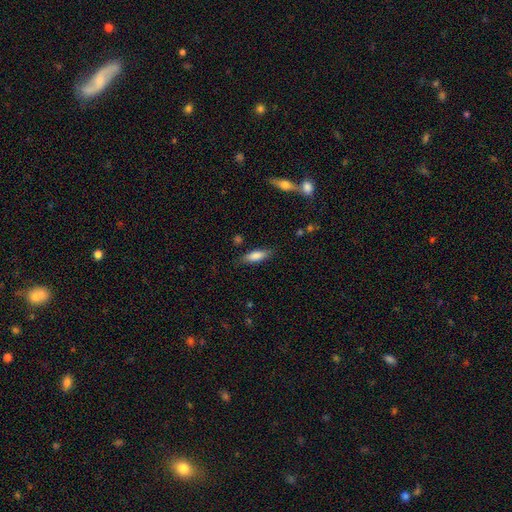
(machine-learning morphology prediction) smooth 80%, featured or disk 13%, star or artifact 7%. Down the decision tree: how rounded — in between (56%); merging — none (81%).